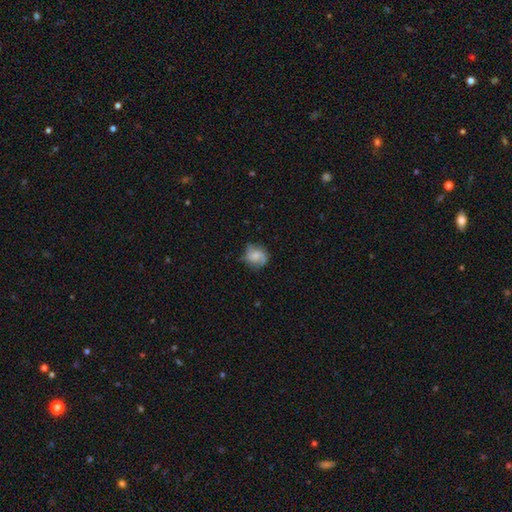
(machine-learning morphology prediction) This appears to be a featured or disk galaxy (46%, tied with smooth). Merging: none (65%).